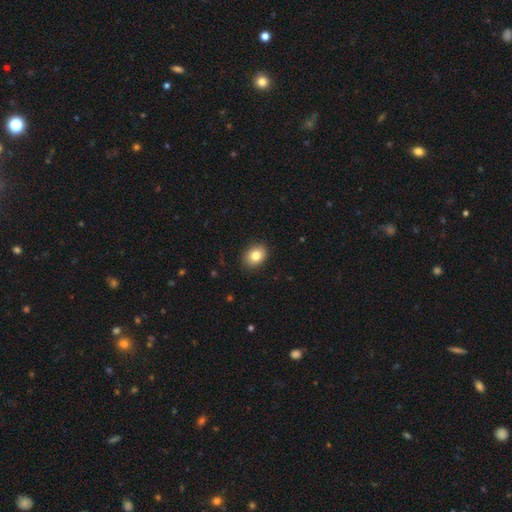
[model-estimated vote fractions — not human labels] Q: Smooth or featured?
A: smooth (83%); runner-up: star or artifact (9%)
Q: How rounded?
A: in between (62%); runner-up: round (37%)
Q: Merging?
A: none (89%); runner-up: minor disturbance (8%)